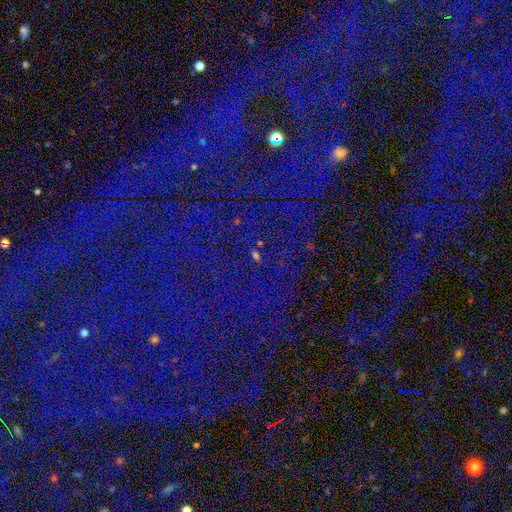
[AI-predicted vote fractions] A star or artifact, not a galaxy (83%).